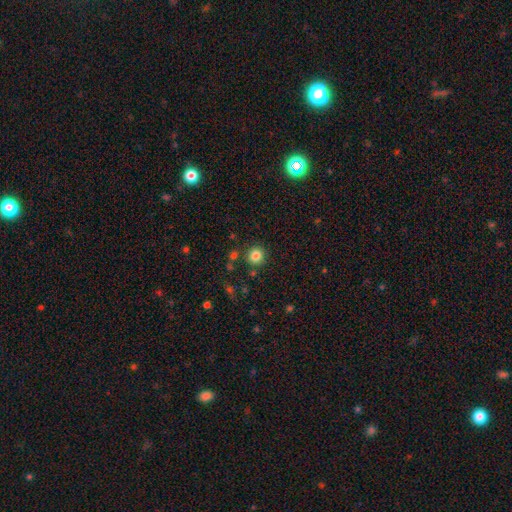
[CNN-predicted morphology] Q: Smooth or featured?
A: smooth (83%); runner-up: star or artifact (12%)
Q: How rounded?
A: round (90%); runner-up: in between (9%)
Q: Merging?
A: none (86%); runner-up: minor disturbance (7%)